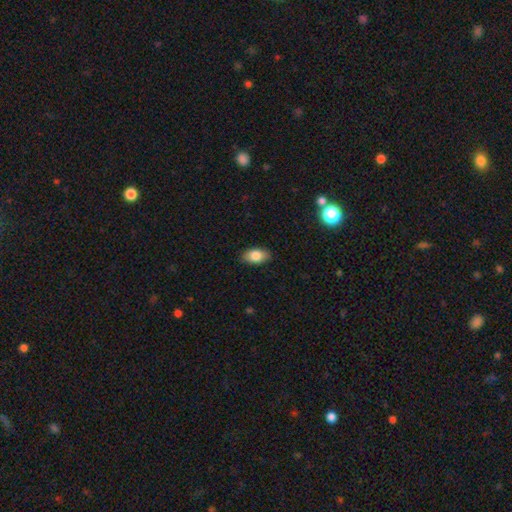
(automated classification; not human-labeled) The model was most divided on "smooth or featured": smooth: 82%, featured or disk: 11%, star or artifact: 7%. More confident: how rounded — in between (91%); merging — none (87%).